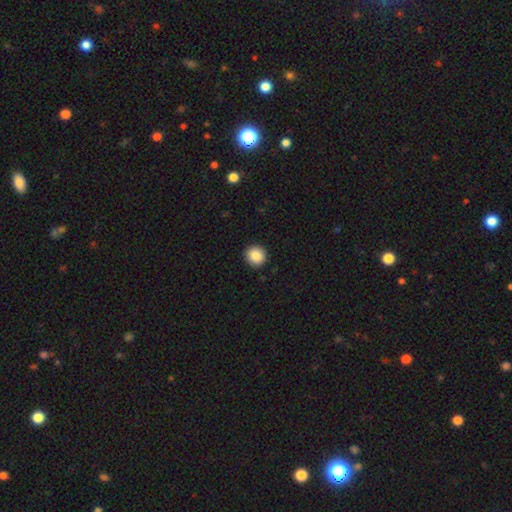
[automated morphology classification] The model was most divided on "smooth or featured": smooth: 87%, star or artifact: 9%, featured or disk: 4%. More confident: merging — none (92%); how rounded — round (92%).